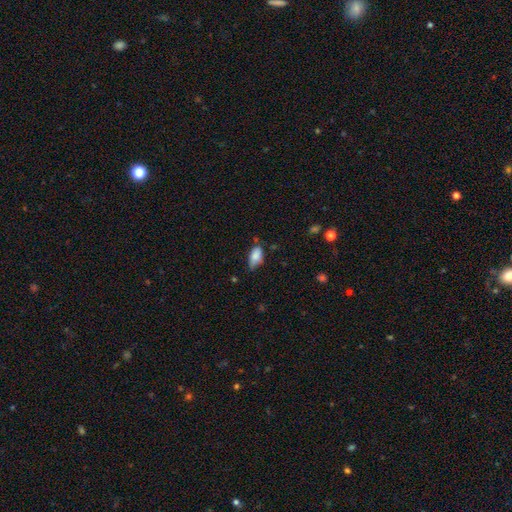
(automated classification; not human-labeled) Smooth or featured? Predicted: smooth (p=0.82). How rounded? Predicted: in between (p=0.92). Merging? Predicted: none (p=0.51).